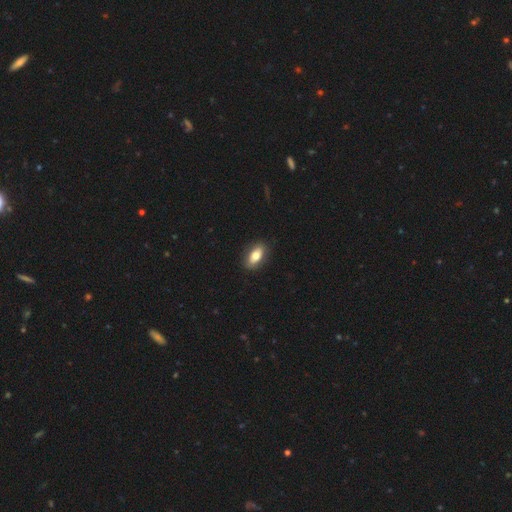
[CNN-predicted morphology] Smooth or featured?
  - smooth: 75% *
  - featured or disk: 19%
  - star or artifact: 7%
How rounded?
  - in between: 88% *
  - cigar-shaped: 7%
  - round: 5%
Merging?
  - none: 86% *
  - minor disturbance: 11%
  - major disturbance: 2%
  - merger: 1%